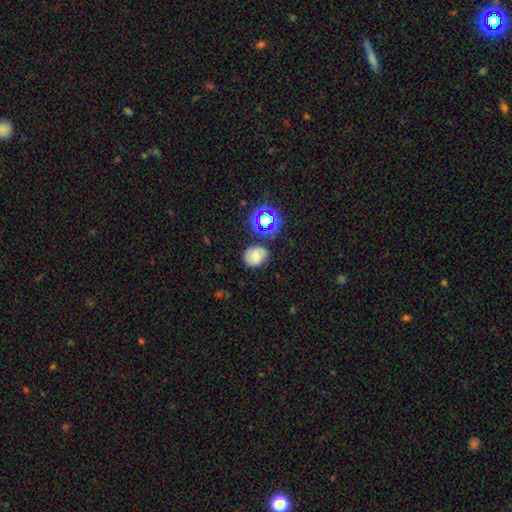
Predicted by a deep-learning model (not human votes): Smooth or featured?
  - smooth: 60% *
  - featured or disk: 22%
  - star or artifact: 18%
How rounded?
  - round: 61% *
  - in between: 38%
  - cigar-shaped: 1%
Merging?
  - none: 71% *
  - minor disturbance: 18%
  - merger: 6%
  - major disturbance: 5%